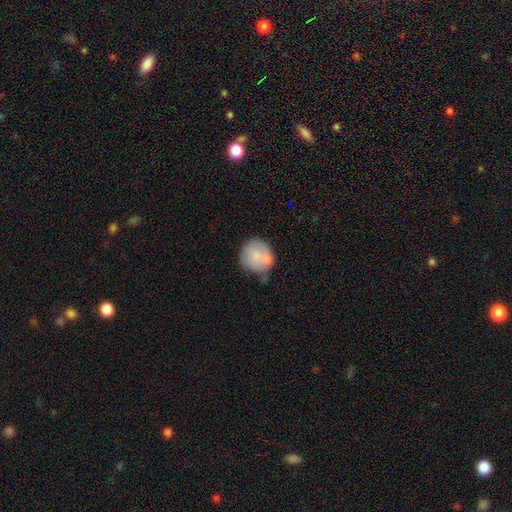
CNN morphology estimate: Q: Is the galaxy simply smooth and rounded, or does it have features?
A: smooth — 69%.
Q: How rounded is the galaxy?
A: round — 86%.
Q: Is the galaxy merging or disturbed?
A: none — 47%.